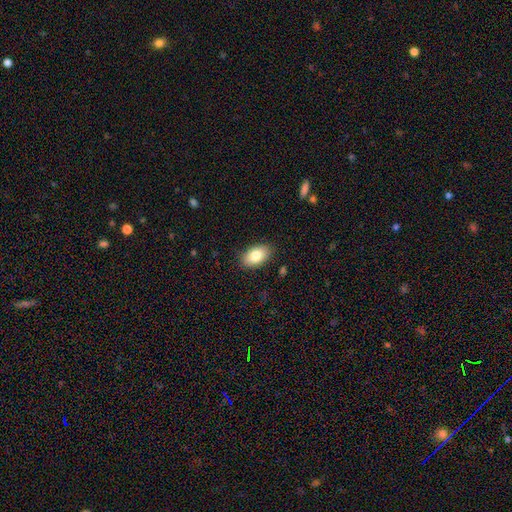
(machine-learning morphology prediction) Smooth or featured?
  - smooth: 82% *
  - featured or disk: 11%
  - star or artifact: 7%
How rounded?
  - in between: 92% *
  - round: 6%
  - cigar-shaped: 1%
Merging?
  - none: 86% *
  - minor disturbance: 10%
  - major disturbance: 2%
  - merger: 1%